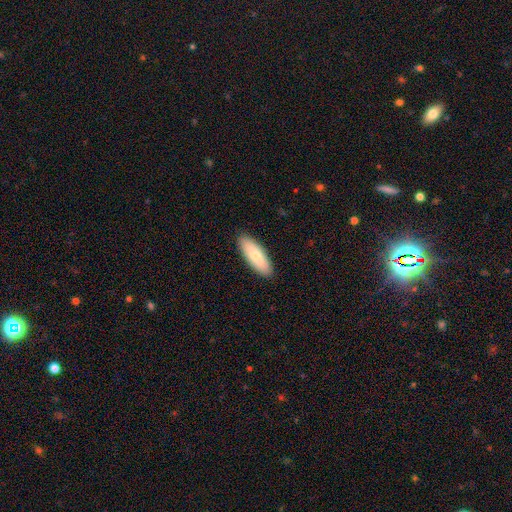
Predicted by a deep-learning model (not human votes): Smooth or featured? smooth (79%)
How rounded? in between (63%)
Merging? none (89%)